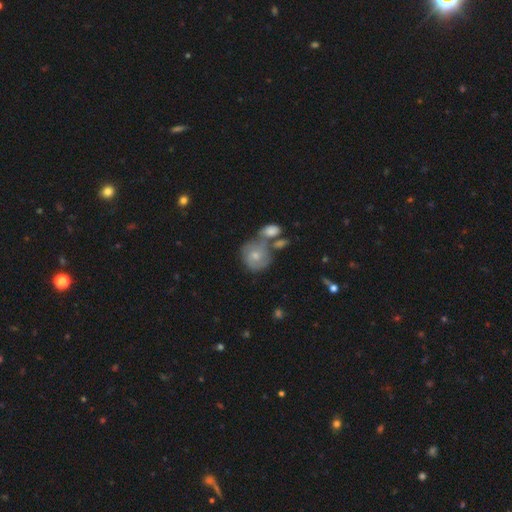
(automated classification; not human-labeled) smooth-or-featured: smooth: 48% | featured or disk: 45% | star or artifact: 7%
  merging: merger: 39% | none: 37% | minor disturbance: 16% | major disturbance: 8%